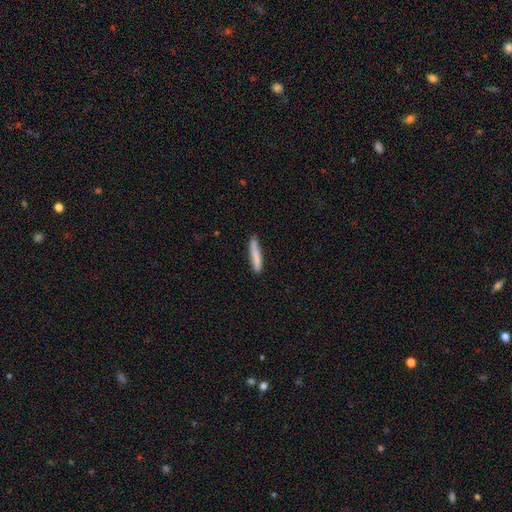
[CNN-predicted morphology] Smooth or featured? Predicted: smooth (p=0.81). How rounded? Predicted: cigar-shaped (p=0.92). Merging? Predicted: none (p=0.83).